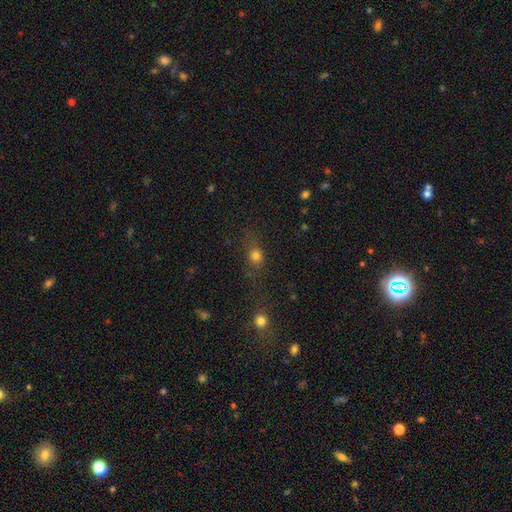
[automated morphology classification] This appears to be a smooth galaxy with no disk features (73%) that is round (67%). Merging: none (62%).